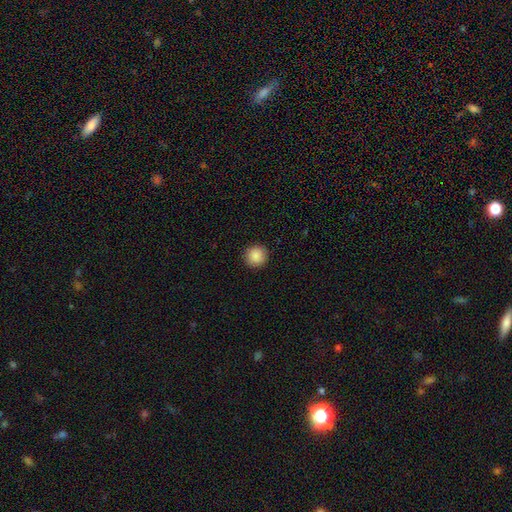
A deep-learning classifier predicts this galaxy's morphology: Overall: smooth (89%). How rounded: round (94%). Merging: none (92%).